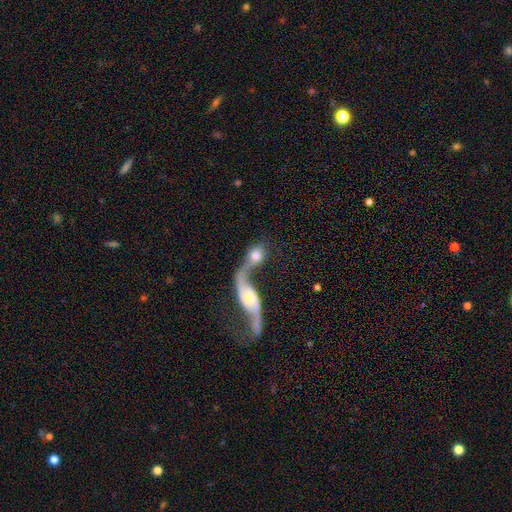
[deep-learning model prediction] A smooth galaxy with no disk features (48%).

Vote fractions:
- Smooth or featured? smooth: 48% / featured or disk: 44% / star or artifact: 7%
- Merging? merger: 64% / none: 21% / major disturbance: 8% / minor disturbance: 7%